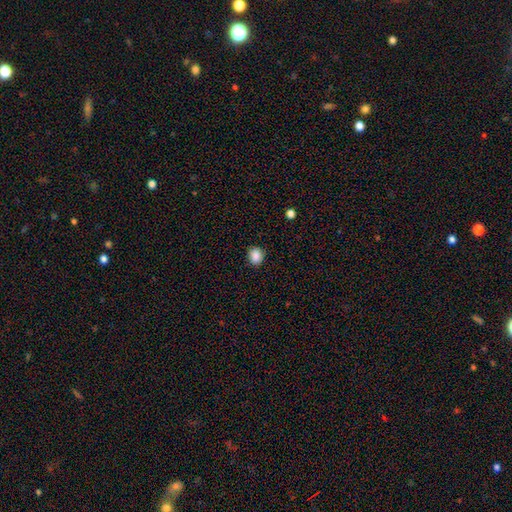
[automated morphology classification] Smooth or featured? smooth (87%)
How rounded? round (57%)
Merging? none (85%)